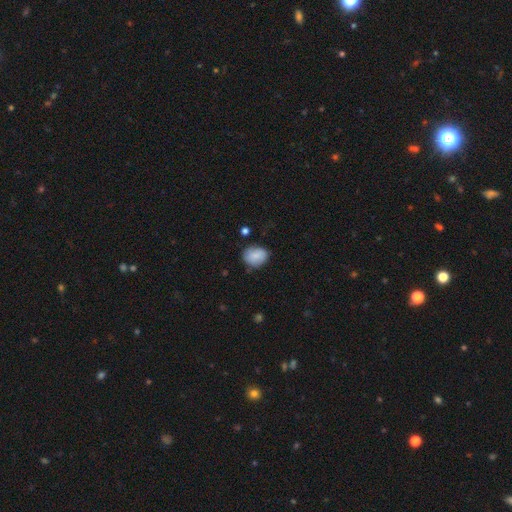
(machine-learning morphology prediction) A smooth galaxy with no disk features (83%) that is in between round and cigar-shaped (51%).

Vote fractions:
- Smooth or featured? smooth: 83% / featured or disk: 10% / star or artifact: 8%
- How rounded? in between: 51% / round: 48% / cigar-shaped: 1%
- Merging? none: 71% / minor disturbance: 22% / major disturbance: 5% / merger: 2%